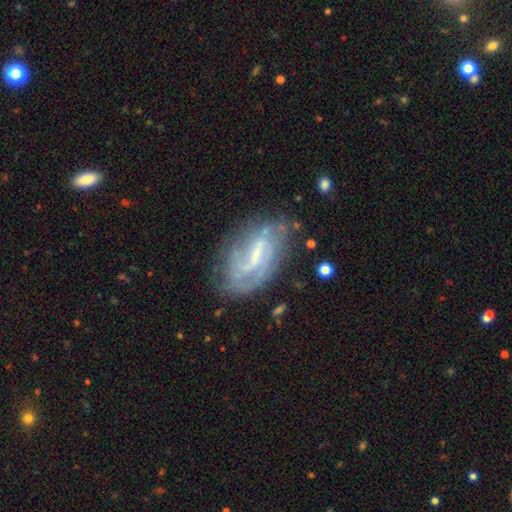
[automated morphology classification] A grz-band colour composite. It shows a featured or disk galaxy (76%) with a weak bar (46%), 2 (43%) medium (38%) spiral arms (82%) and a small central bulge (43%). Merging: none (62%).